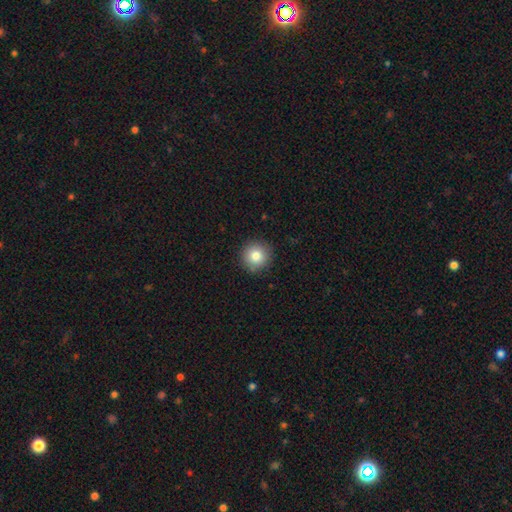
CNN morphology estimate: smooth-or-featured: smooth: 81% | star or artifact: 10% | featured or disk: 9%
  how-rounded: round: 95% | in between: 4% | cigar-shaped: 1%
  merging: none: 91% | minor disturbance: 6% | major disturbance: 2% | merger: 1%